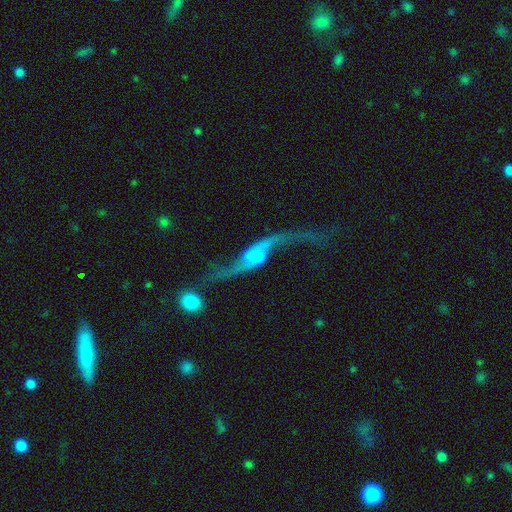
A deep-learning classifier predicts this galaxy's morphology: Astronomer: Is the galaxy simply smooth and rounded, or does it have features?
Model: featured or disk — 85%.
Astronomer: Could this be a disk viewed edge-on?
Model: no — 85%.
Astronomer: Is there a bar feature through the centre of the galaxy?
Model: no — 41% (runner-up: weak, 36%).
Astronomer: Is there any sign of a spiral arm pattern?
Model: yes — 92%.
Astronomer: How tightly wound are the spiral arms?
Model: loose — 96%.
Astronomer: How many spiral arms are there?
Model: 2 — 94%.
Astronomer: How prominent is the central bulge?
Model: none — 41% (runner-up: small, 23%).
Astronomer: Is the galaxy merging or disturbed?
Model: none — 47% (runner-up: major disturbance, 25%).